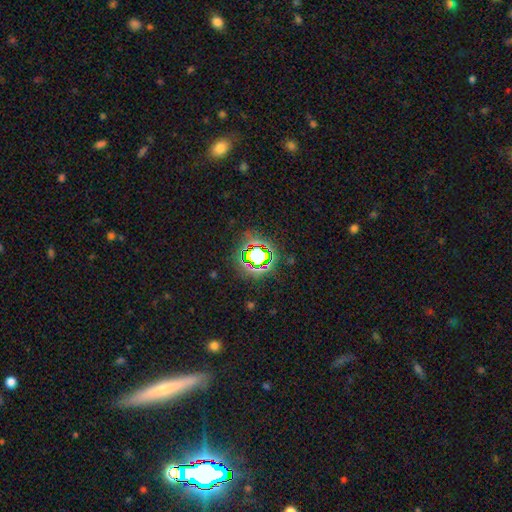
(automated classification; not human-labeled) smooth_or_featured: star or artifact (p=0.68) [alt: smooth p=0.20]